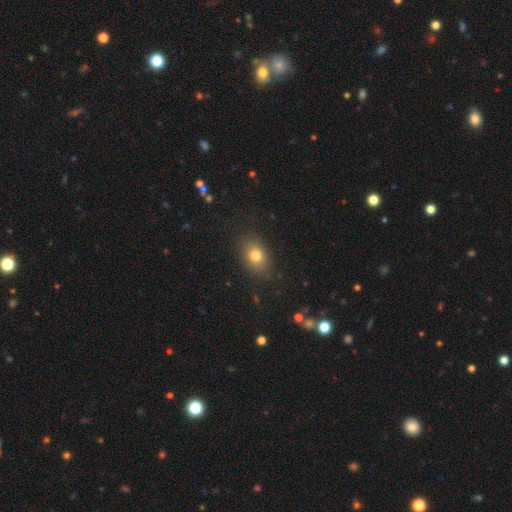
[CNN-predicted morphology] This appears to be a smooth galaxy with no disk features (78%) that is in between round and cigar-shaped (68%). Merging: none (83%).